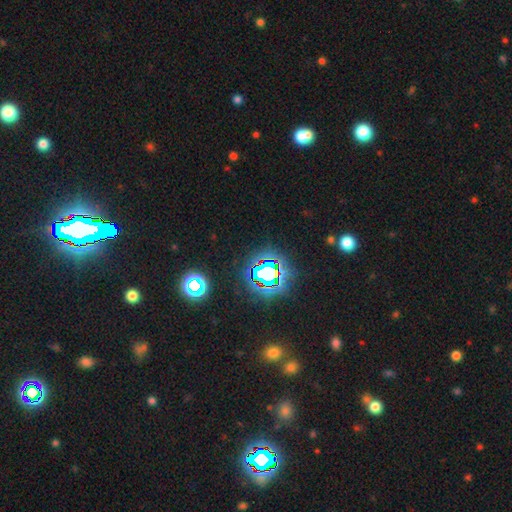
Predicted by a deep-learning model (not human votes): Q: Smooth or featured?
A: star or artifact (82%); runner-up: smooth (11%)